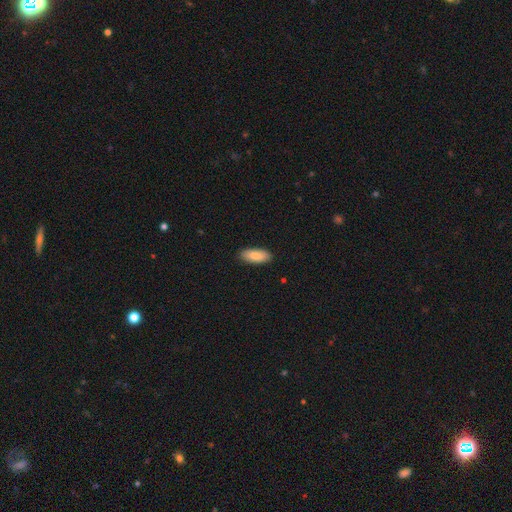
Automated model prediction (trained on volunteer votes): This appears to be a smooth galaxy with no disk features (88%) that is in between round and cigar-shaped (81%). Merging: none (89%).